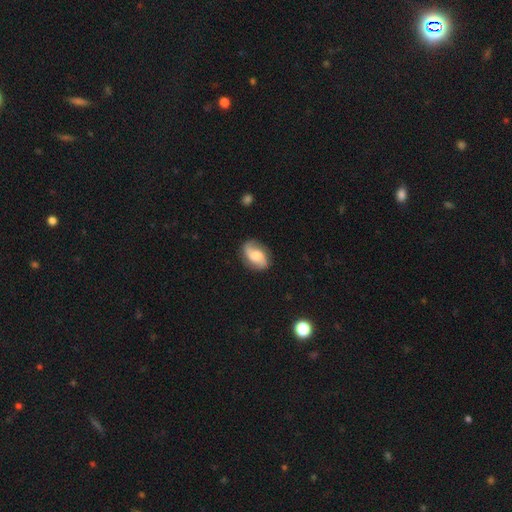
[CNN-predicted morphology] Smooth or featured?
  - featured or disk: 66% *
  - smooth: 27%
  - star or artifact: 7%
Edge-on disk?
  - no: 97% *
  - yes: 3%
Bar?
  - no: 51% *
  - weak: 39%
  - strong: 9%
Spiral arms?
  - yes: 94% *
  - no: 6%
Spiral winding?
  - loose: 46% *
  - medium: 38%
  - tight: 15%
Spiral arm count?
  - 2: 86% *
  - can't tell: 5%
  - 1: 4%
  - 3: 2%
  - 4: 1%
  - more than 4: 1%
Bulge size?
  - moderate: 41% *
  - small: 23%
  - large: 21%
  - none: 11%
  - dominant: 4%
Merging?
  - none: 77% *
  - minor disturbance: 16%
  - major disturbance: 6%
  - merger: 1%